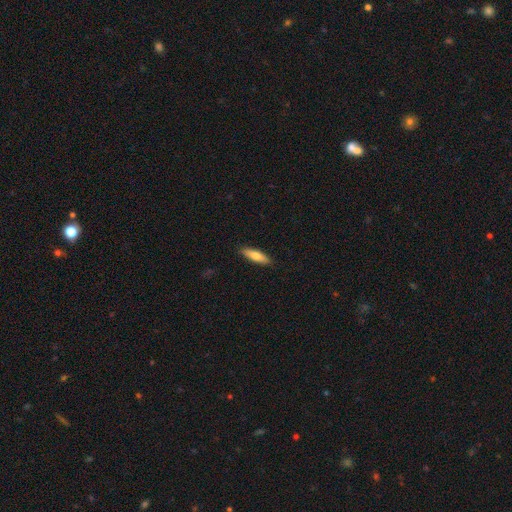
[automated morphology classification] Smooth or featured: smooth — 72% (featured or disk — 22%)
How rounded: cigar-shaped — 63% (in between — 35%)
Merging: none — 89% (minor disturbance — 8%)